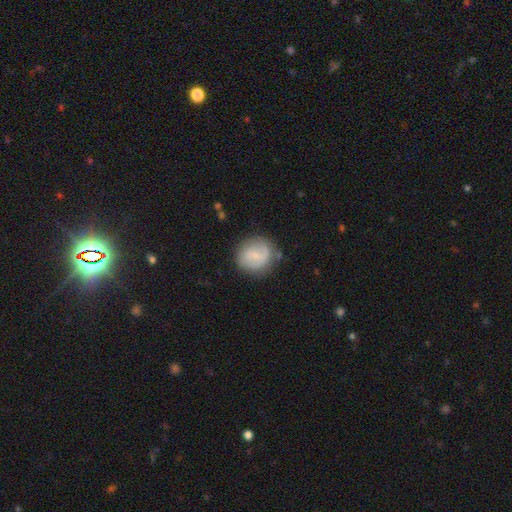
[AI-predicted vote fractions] Smooth or featured? Predicted: smooth (p=0.57). How rounded? Predicted: round (p=0.82). Merging? Predicted: none (p=0.75).